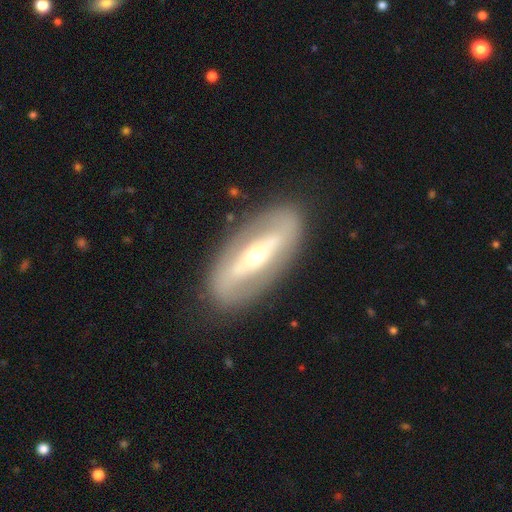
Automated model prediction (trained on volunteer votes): This appears to be a featured or disk galaxy (70%) with a strong bar (52%), no spiral arms (66%) and a small central bulge (47%, tied with moderate). Merging: none (84%).